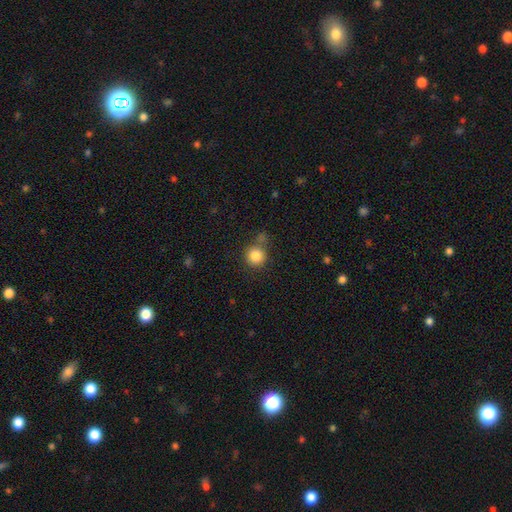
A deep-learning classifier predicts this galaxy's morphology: Overall: smooth (85%). How rounded: round (91%). Merging: none (69%).